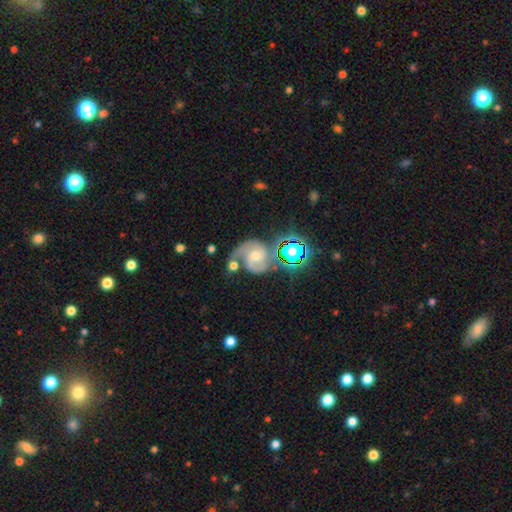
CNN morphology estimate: Smooth or featured? featured or disk (80%)
Edge-on disk? no (98%)
Bar? no (56%)
Spiral arms? yes (96%)
Spiral winding? medium (49%)
Spiral arm count? 2 (75%)
Bulge size? moderate (53%)
Merging? none (49%)